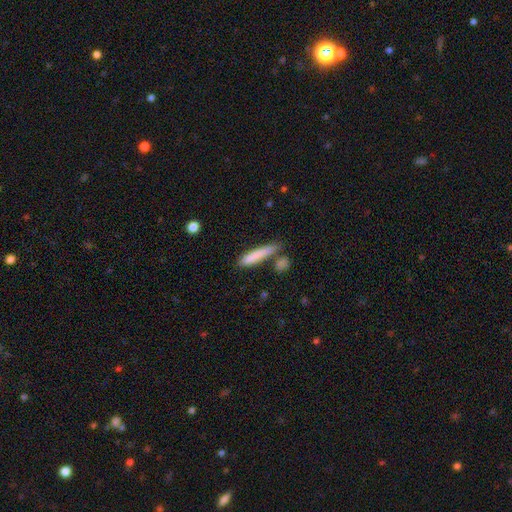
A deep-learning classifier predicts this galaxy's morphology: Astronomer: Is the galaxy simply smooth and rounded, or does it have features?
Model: smooth — 80%.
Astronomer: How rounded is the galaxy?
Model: cigar-shaped — 87%.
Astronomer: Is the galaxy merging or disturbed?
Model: none — 67%.